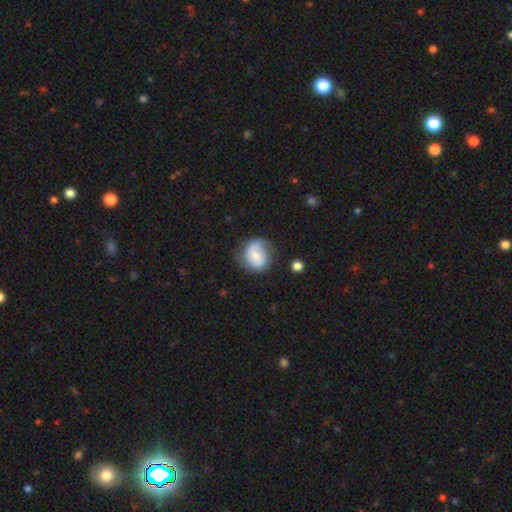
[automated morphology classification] Smooth or featured?
  - featured or disk: 49% *
  - smooth: 44%
  - star or artifact: 7%
Merging?
  - none: 61% *
  - minor disturbance: 26%
  - major disturbance: 10%
  - merger: 2%